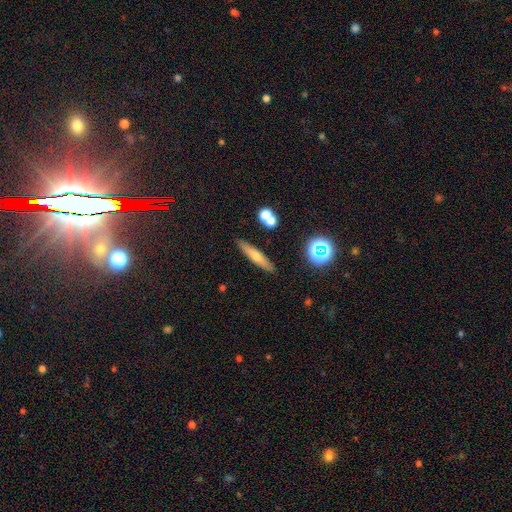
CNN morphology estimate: This appears to be a smooth galaxy with no disk features (57%) that is cigar-shaped (86%). Merging: none (86%).